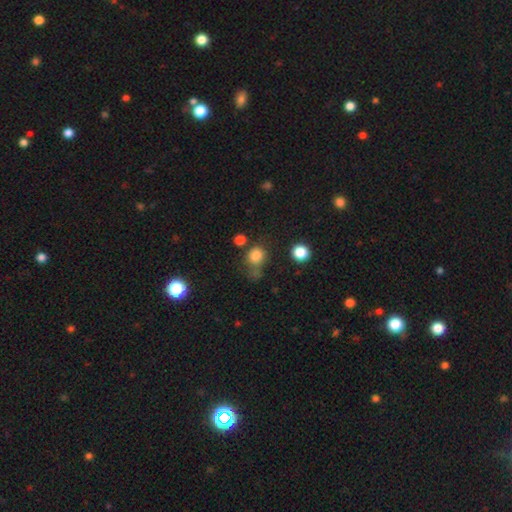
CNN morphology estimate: smooth_or_featured: smooth (p=0.79) [alt: star or artifact p=0.15]
how_rounded: round (p=0.74) [alt: in between p=0.25]
merging: none (p=0.47) [alt: minor disturbance p=0.24]